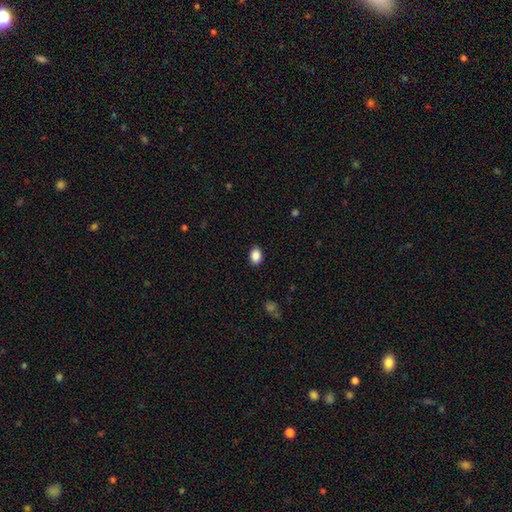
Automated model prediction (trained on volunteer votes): smooth_or_featured: smooth (p=0.89) [alt: star or artifact p=0.08]
how_rounded: in between (p=0.82) [alt: round p=0.17]
merging: none (p=0.88) [alt: minor disturbance p=0.09]